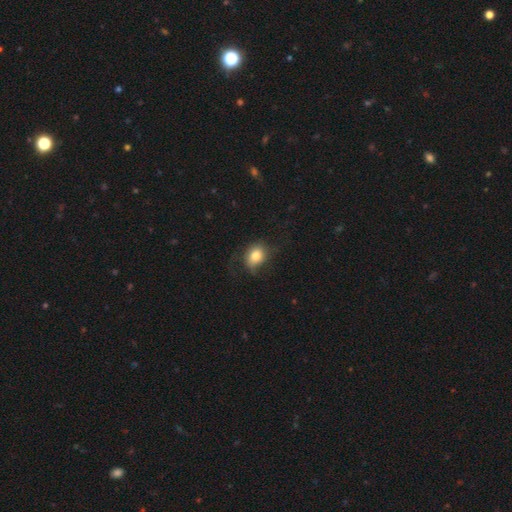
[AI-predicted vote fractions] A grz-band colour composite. It shows a smooth galaxy with no disk features (79%) that is in between round and cigar-shaped (56%). Merging: none (61%).